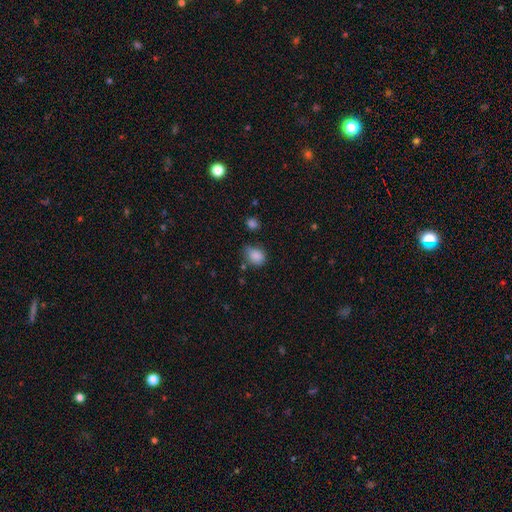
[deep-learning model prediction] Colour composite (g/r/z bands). It shows a smooth galaxy with no disk features (86%) that is in between round and cigar-shaped (50%). Merging: none (63%).